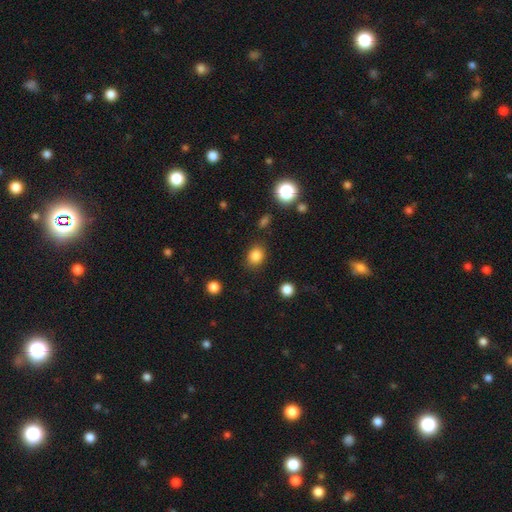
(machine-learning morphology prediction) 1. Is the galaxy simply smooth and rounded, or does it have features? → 84% smooth, 11% star or artifact, 5% featured or disk.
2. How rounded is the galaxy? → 56% round, 43% in between, 1% cigar-shaped.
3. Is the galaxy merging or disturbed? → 84% none, 11% minor disturbance, 3% major disturbance, 2% merger.